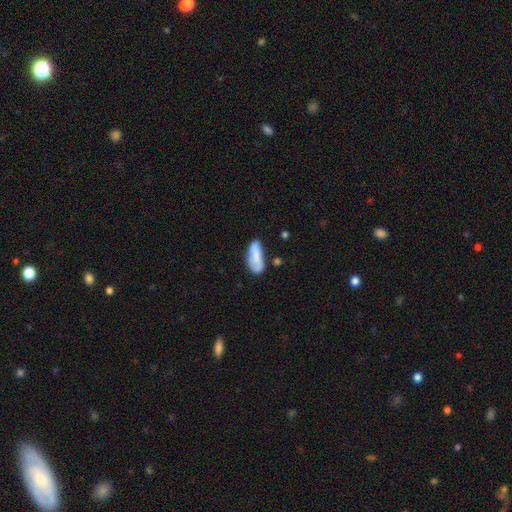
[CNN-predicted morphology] smooth_or_featured: smooth (p=0.75) [alt: featured or disk p=0.18]
how_rounded: in between (p=0.70) [alt: cigar-shaped p=0.27]
merging: none (p=0.52) [alt: minor disturbance p=0.29]